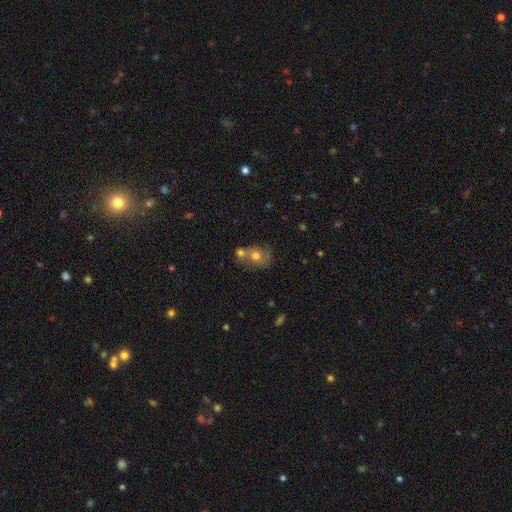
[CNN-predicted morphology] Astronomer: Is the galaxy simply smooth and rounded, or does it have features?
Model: smooth — 61%.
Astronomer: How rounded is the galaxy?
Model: round — 61% (runner-up: in between, 38%).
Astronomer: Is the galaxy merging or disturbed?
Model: merger — 50% (runner-up: none, 31%).